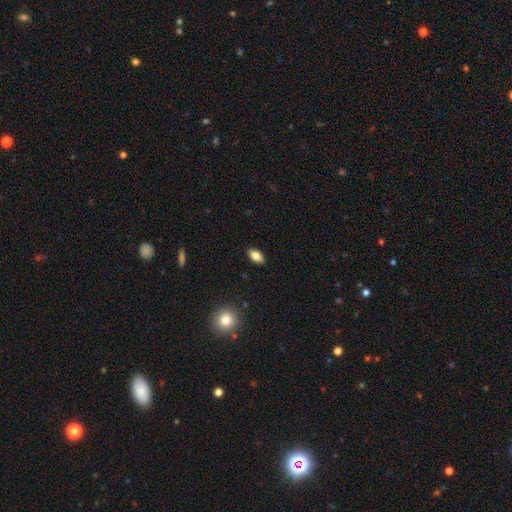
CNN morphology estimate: Smooth or featured? smooth (79%)
How rounded? in between (89%)
Merging? none (88%)